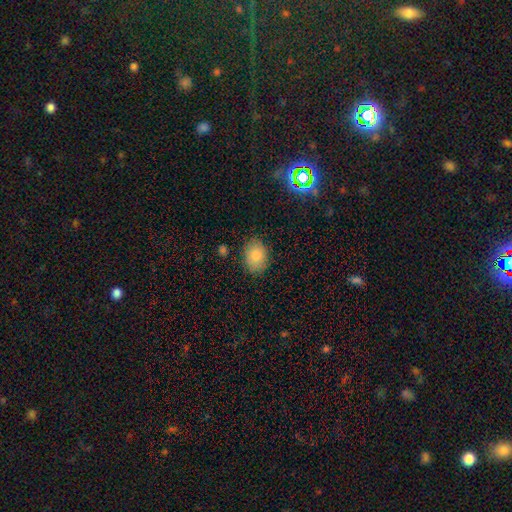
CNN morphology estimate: Smooth or featured?
  - smooth: 82% *
  - featured or disk: 9%
  - star or artifact: 9%
How rounded?
  - in between: 67% *
  - round: 32%
  - cigar-shaped: 1%
Merging?
  - none: 84% *
  - minor disturbance: 12%
  - major disturbance: 3%
  - merger: 2%